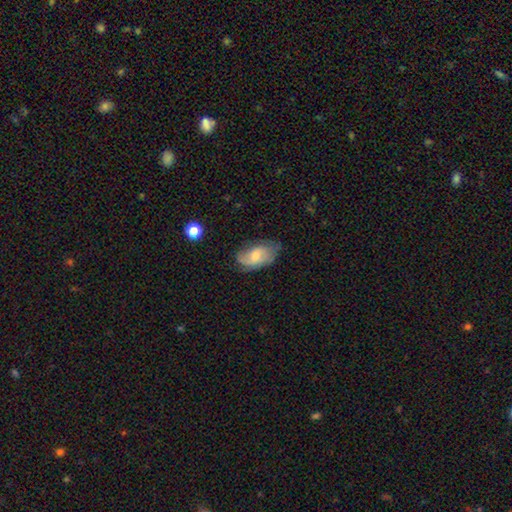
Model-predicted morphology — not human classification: This is possibly a smooth galaxy (49%). Merging: possibly none (59%).